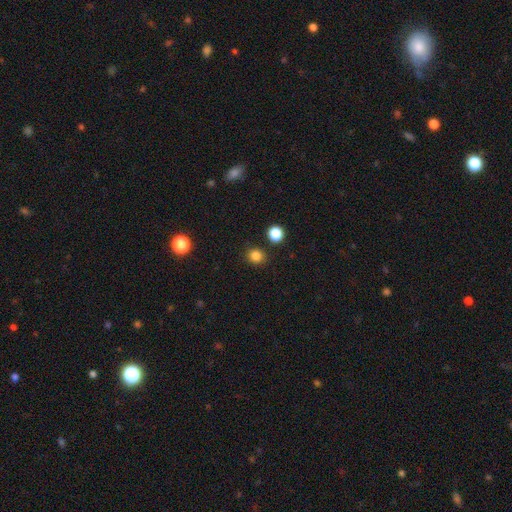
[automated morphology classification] Smooth or featured: smooth — 82% (star or artifact — 14%)
How rounded: round — 86% (in between — 13%)
Merging: none — 86% (minor disturbance — 8%)